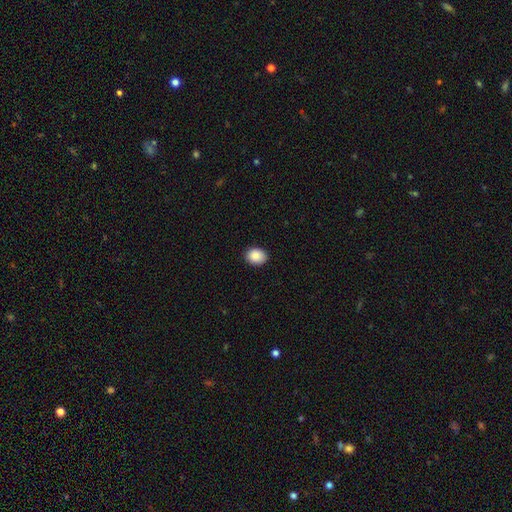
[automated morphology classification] The model was most divided on "how rounded": in between: 55%, round: 44%, cigar-shaped: 1%. More confident: smooth or featured — smooth (89%); merging — none (89%).